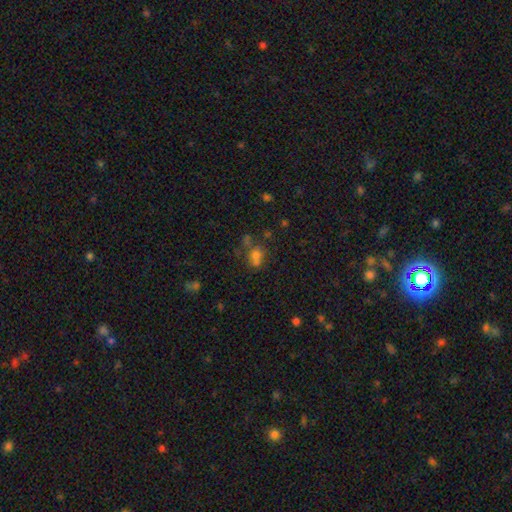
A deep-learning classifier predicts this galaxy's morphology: smooth 61%, star or artifact 24%, featured or disk 16%. Down the decision tree: how rounded — round (64%); merging — none (44%).